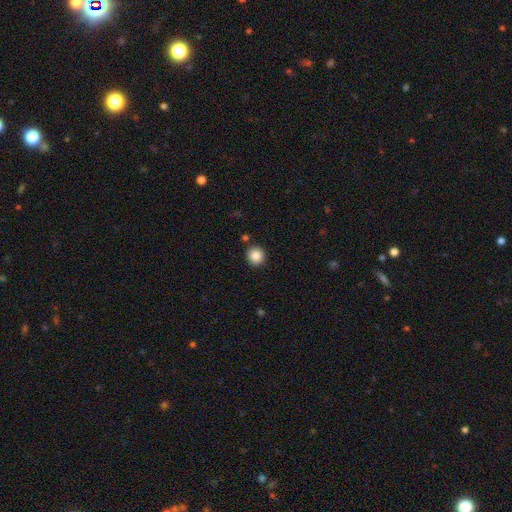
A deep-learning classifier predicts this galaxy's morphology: Smooth or featured? smooth (86%)
How rounded? round (92%)
Merging? none (89%)